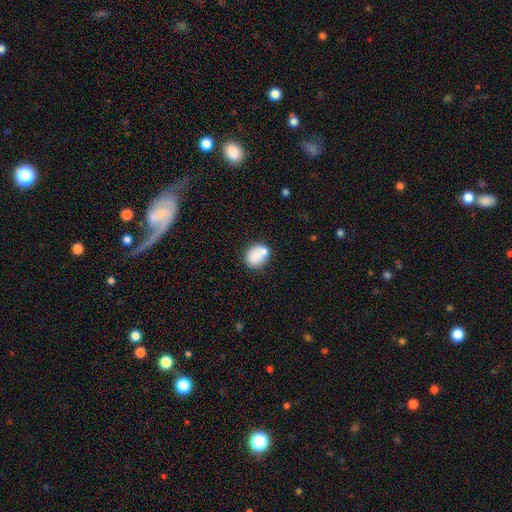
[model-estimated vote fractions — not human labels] Q: Smooth or featured?
A: smooth (81%); runner-up: featured or disk (11%)
Q: How rounded?
A: in between (56%); runner-up: round (43%)
Q: Merging?
A: none (58%); runner-up: merger (18%)